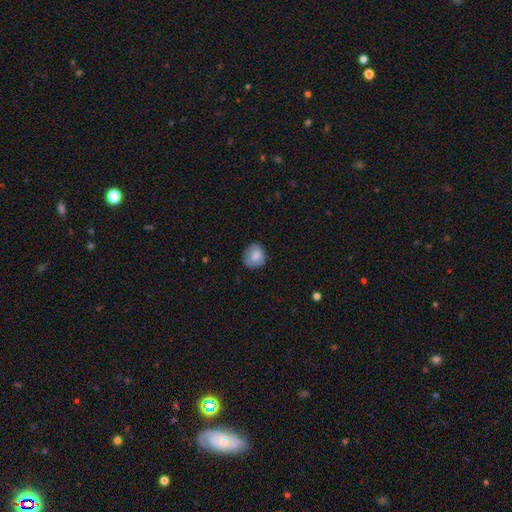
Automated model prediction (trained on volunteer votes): smooth 79%, featured or disk 13%, star or artifact 8%. Down the decision tree: how rounded — round (69%); merging — none (71%).